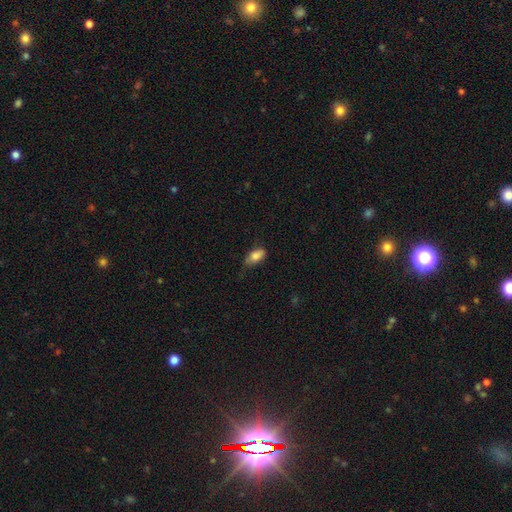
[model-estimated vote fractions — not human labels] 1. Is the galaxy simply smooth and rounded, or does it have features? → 82% smooth, 10% featured or disk, 7% star or artifact.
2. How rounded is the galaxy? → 89% in between, 7% cigar-shaped, 4% round.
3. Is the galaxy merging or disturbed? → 45% none, 40% minor disturbance, 13% major disturbance, 2% merger.